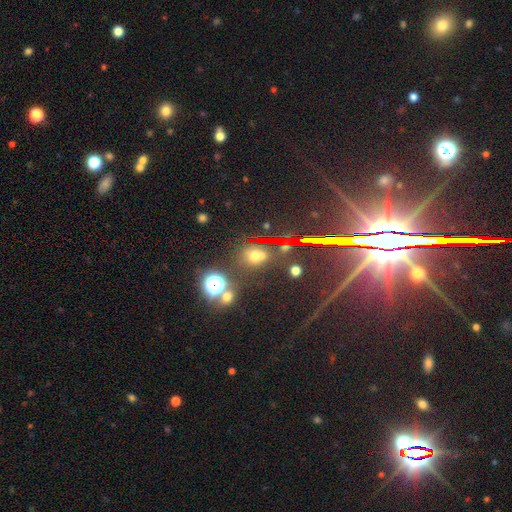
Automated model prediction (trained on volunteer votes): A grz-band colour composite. It shows a star or artifact, not a galaxy (47%).